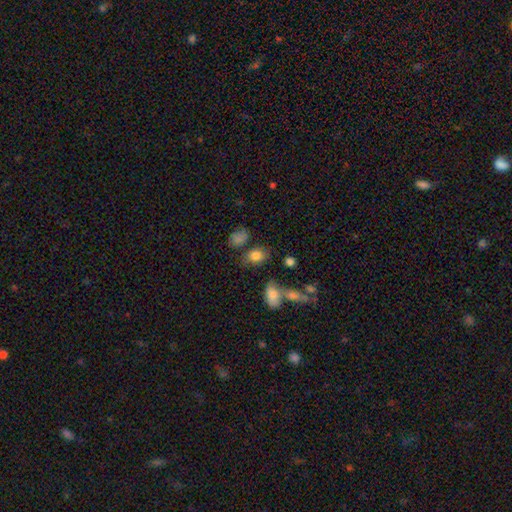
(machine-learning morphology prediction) Smooth or featured: smooth — 80% (star or artifact — 11%)
How rounded: in between — 75% (round — 23%)
Merging: none — 66% (minor disturbance — 18%)